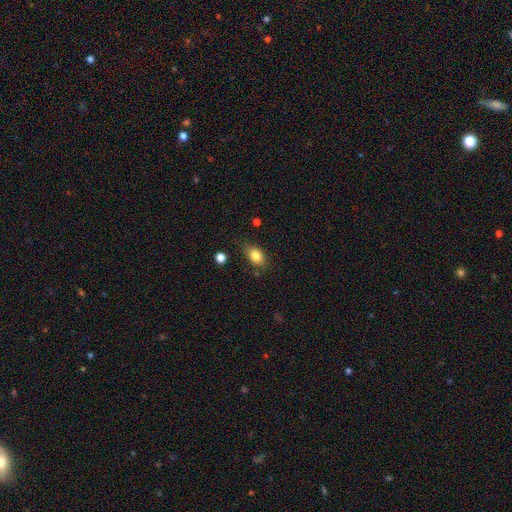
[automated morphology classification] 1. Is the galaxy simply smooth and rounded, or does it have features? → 83% smooth, 9% star or artifact, 8% featured or disk.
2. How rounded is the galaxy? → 81% in between, 17% round, 2% cigar-shaped.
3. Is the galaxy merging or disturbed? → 78% none, 16% minor disturbance, 4% major disturbance, 2% merger.